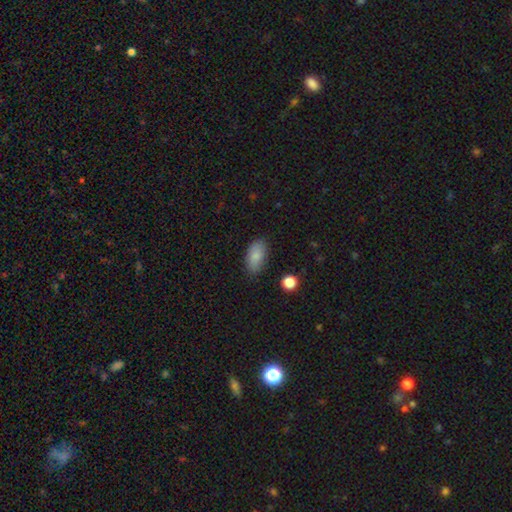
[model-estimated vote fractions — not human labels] smooth 85%, featured or disk 8%, star or artifact 7%. Down the decision tree: how rounded — in between (92%); merging — none (80%).